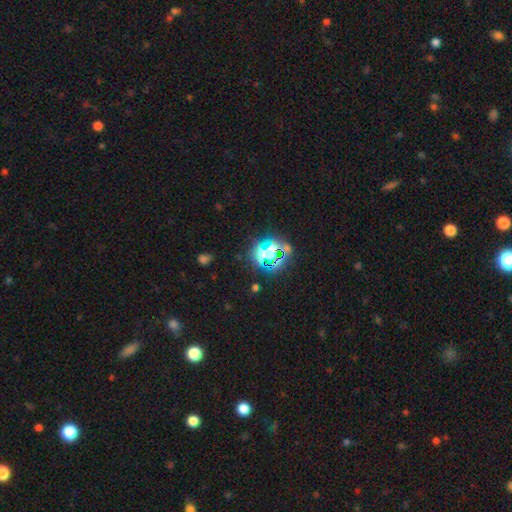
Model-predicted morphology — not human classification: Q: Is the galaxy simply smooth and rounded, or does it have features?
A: star or artifact — 76%.